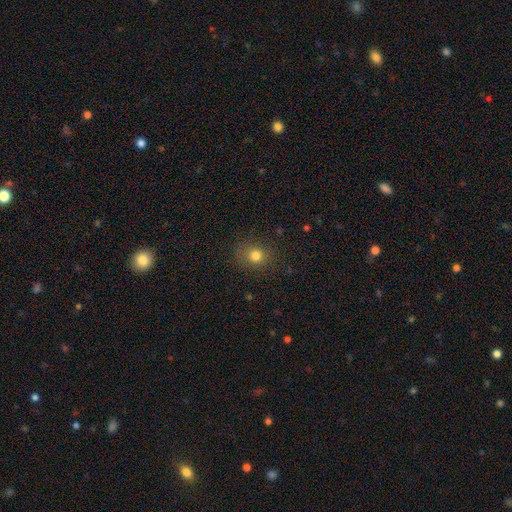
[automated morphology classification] Smooth or featured?
  - smooth: 79% *
  - star or artifact: 14%
  - featured or disk: 7%
How rounded?
  - round: 80% *
  - in between: 19%
  - cigar-shaped: 1%
Merging?
  - none: 84% *
  - minor disturbance: 11%
  - major disturbance: 4%
  - merger: 1%